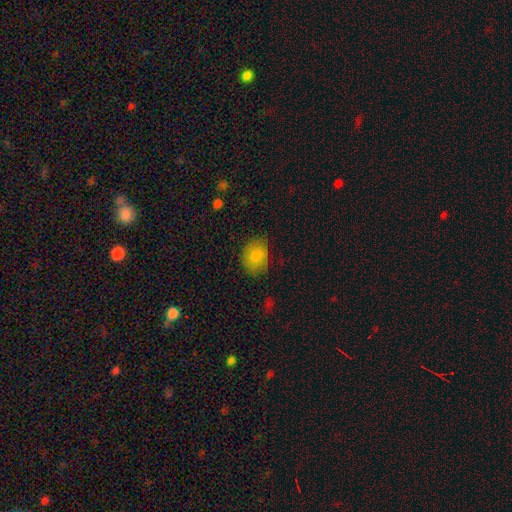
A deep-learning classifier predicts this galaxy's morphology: A smooth galaxy with no disk features (81%) that is in between round and cigar-shaped (63%). Merging: none (77%).